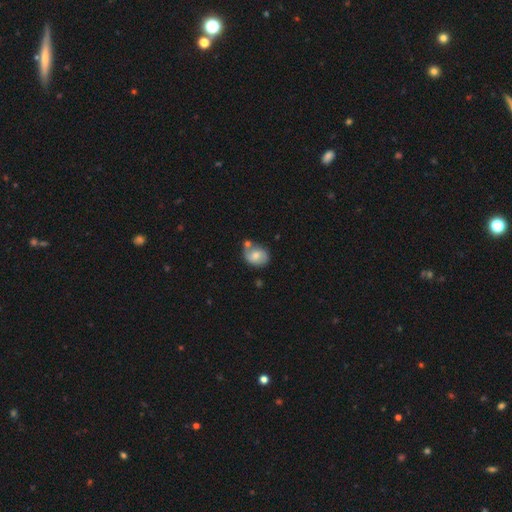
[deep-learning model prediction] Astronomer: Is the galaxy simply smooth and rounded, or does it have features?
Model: smooth — 59%.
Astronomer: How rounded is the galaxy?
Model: in between — 50% (runner-up: round, 49%).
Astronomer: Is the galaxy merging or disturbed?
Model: none — 51%.